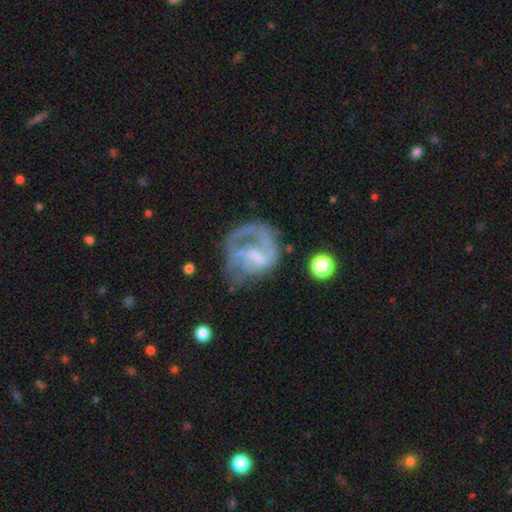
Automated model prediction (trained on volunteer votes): Smooth or featured?
  - featured or disk: 70% *
  - smooth: 20%
  - star or artifact: 10%
Edge-on disk?
  - no: 98% *
  - yes: 2%
Bar?
  - no: 48% *
  - weak: 38%
  - strong: 14%
Spiral arms?
  - yes: 65% *
  - no: 35%
Bulge size?
  - none: 52% *
  - small: 23%
  - moderate: 19%
  - large: 5%
  - dominant: 1%
Merging?
  - major disturbance: 39% *
  - none: 37%
  - minor disturbance: 20%
  - merger: 5%